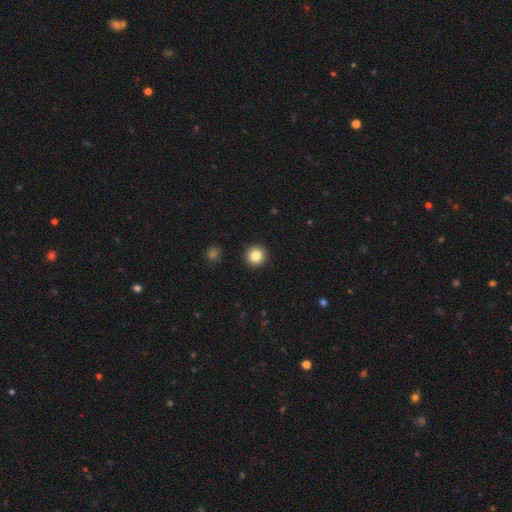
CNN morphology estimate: Overall: smooth (85%). How rounded: round (94%). Merging: none (93%).